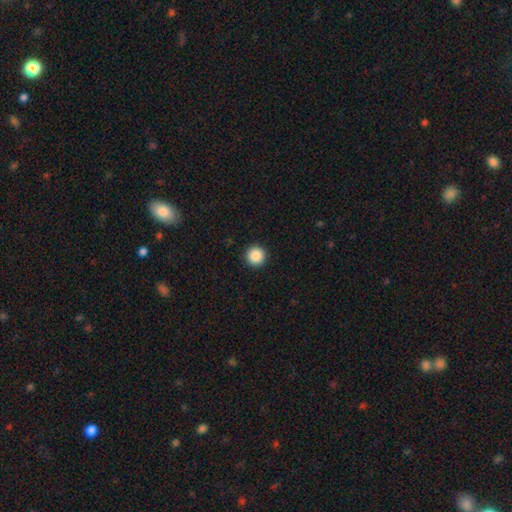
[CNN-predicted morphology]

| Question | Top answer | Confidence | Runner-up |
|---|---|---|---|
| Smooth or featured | smooth | 88% | star or artifact (9%) |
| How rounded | round | 96% | in between (3%) |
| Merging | none | 94% | minor disturbance (4%) |